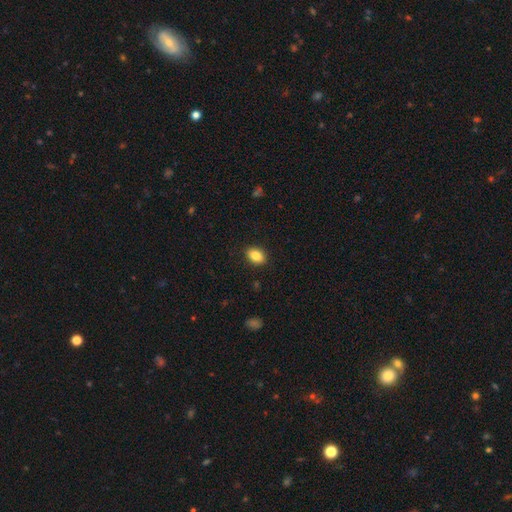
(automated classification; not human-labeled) Smooth or featured: smooth — 86% (star or artifact — 8%)
How rounded: in between — 79% (round — 20%)
Merging: none — 89% (minor disturbance — 8%)